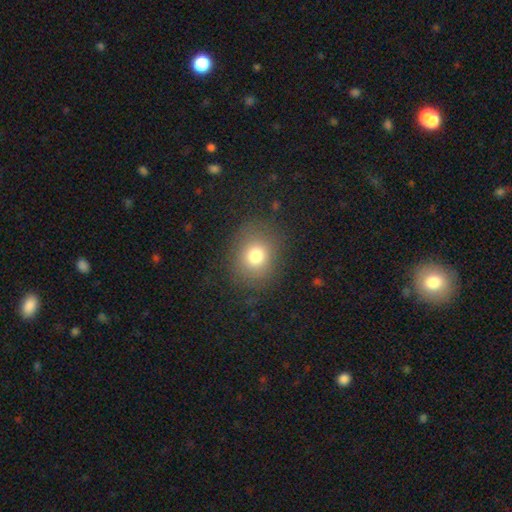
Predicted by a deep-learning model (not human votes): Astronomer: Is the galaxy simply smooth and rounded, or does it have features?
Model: smooth — 76%.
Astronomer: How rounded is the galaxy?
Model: round — 64%.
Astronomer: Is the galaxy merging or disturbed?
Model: none — 81%.